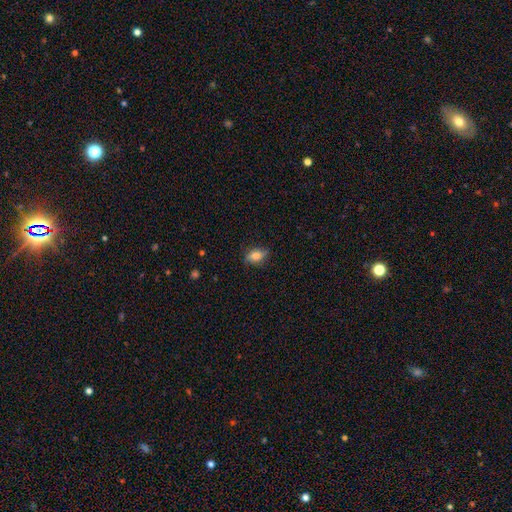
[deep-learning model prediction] Q: Smooth or featured?
A: smooth (74%); runner-up: featured or disk (18%)
Q: How rounded?
A: in between (81%); runner-up: round (12%)
Q: Merging?
A: none (79%); runner-up: minor disturbance (17%)